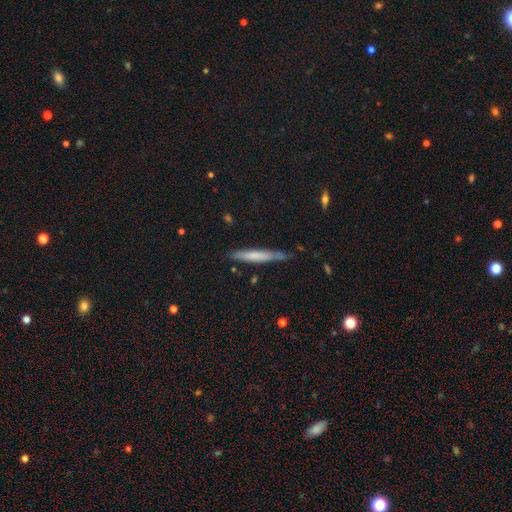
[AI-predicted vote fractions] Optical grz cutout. It shows a smooth galaxy with no disk features (62%) that is cigar-shaped (95%). Merging: none (75%).